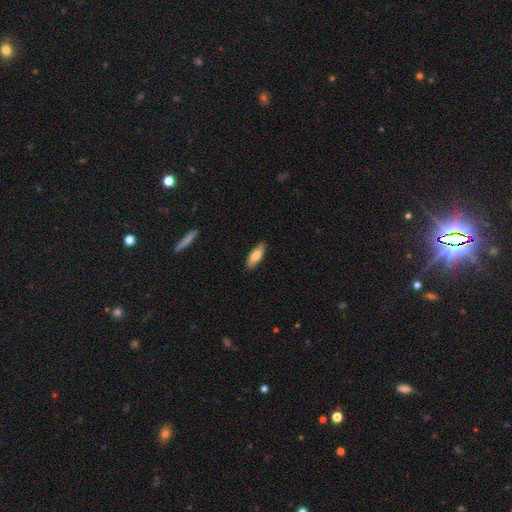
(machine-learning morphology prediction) Smooth or featured: smooth — 79% (featured or disk — 15%)
How rounded: in between — 66% (cigar-shaped — 32%)
Merging: none — 84% (minor disturbance — 13%)